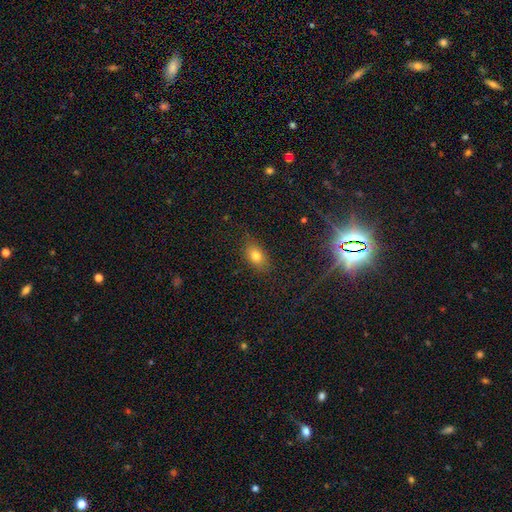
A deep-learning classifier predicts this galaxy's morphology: smooth 77%, star or artifact 13%, featured or disk 11%. Down the decision tree: how rounded — in between (81%); merging — none (81%).